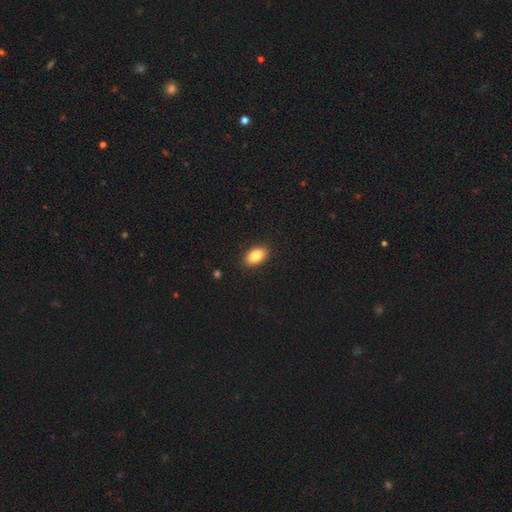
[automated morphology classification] This is clearly a smooth galaxy (84%). How rounded: clearly in between (92%). Merging: clearly none (90%).